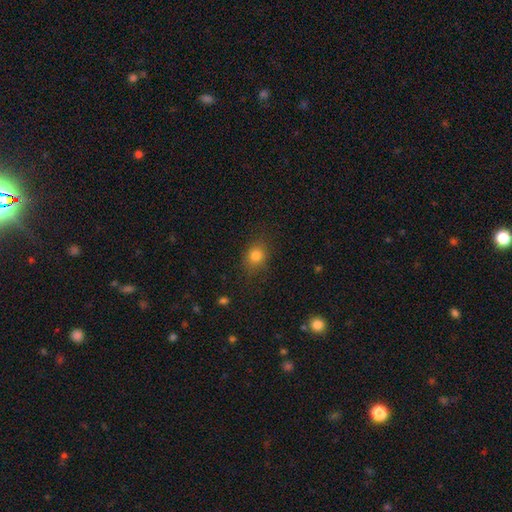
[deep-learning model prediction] smooth 81%, star or artifact 13%, featured or disk 7%. Down the decision tree: how rounded — round (64%); merging — none (81%).